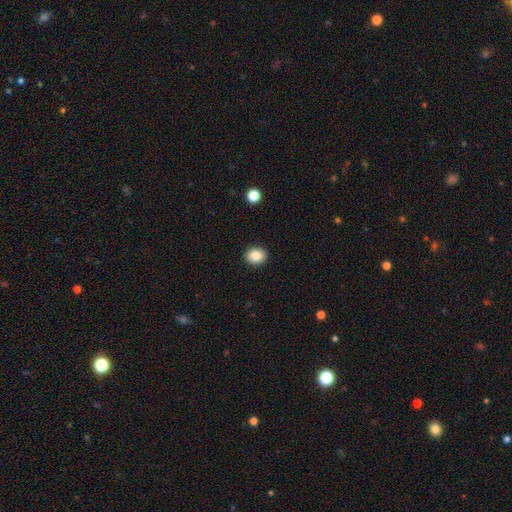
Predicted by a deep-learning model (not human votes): Smooth or featured: smooth — 85% (star or artifact — 9%)
How rounded: round — 56% (in between — 44%)
Merging: none — 92% (minor disturbance — 6%)